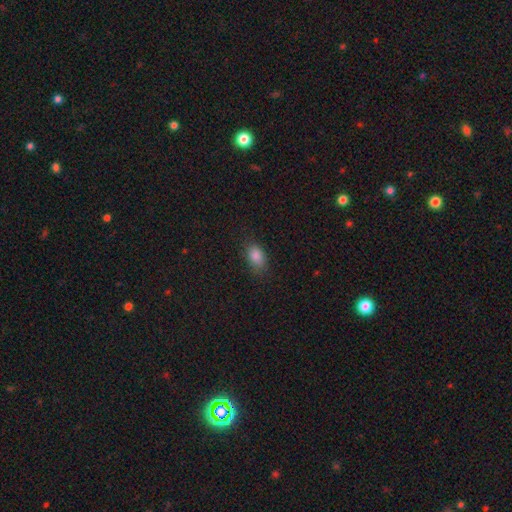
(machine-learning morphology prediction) smooth 85%, star or artifact 10%, featured or disk 5%. Down the decision tree: how rounded — in between (85%); merging — none (81%).